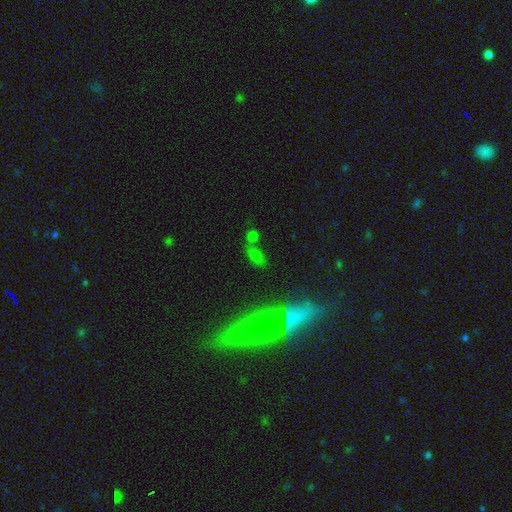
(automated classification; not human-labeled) Smooth or featured?
  - smooth: 62% *
  - star or artifact: 28%
  - featured or disk: 11%
How rounded?
  - in between: 74% *
  - round: 14%
  - cigar-shaped: 12%
Merging?
  - none: 53% *
  - merger: 22%
  - minor disturbance: 16%
  - major disturbance: 9%